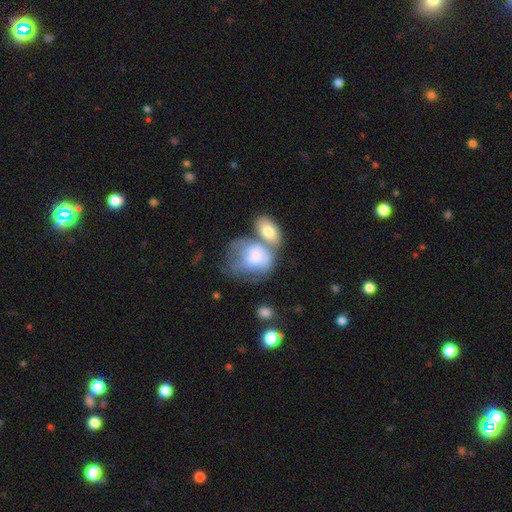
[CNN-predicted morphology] The model was most divided on "smooth or featured": smooth: 55%, featured or disk: 36%, star or artifact: 9%. Remaining: how rounded — in between (64%); merging — merger (45%).